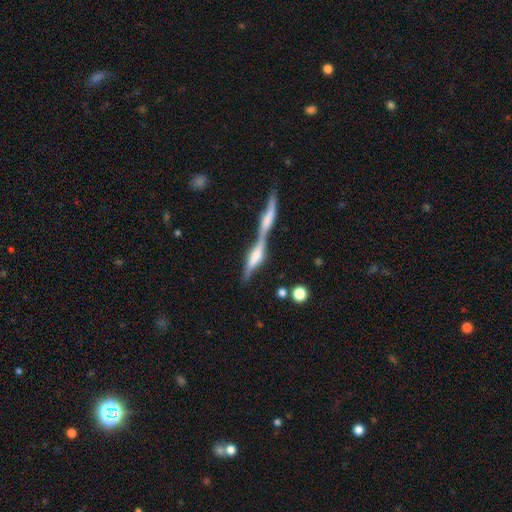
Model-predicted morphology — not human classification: A featured or disk galaxy (65%) viewed edge-on (85%) with a rounded central bulge (53%). Merging: merger (66%).